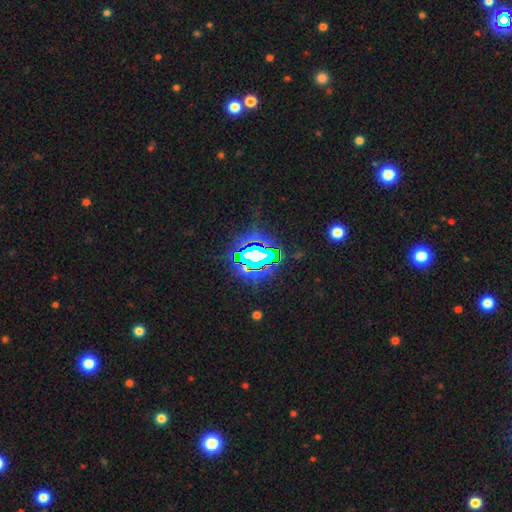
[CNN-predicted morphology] The model was most divided on "smooth or featured": star or artifact: 74%, featured or disk: 13%, smooth: 12%.